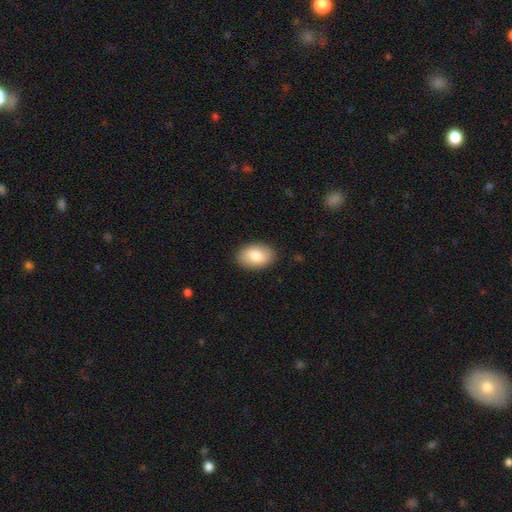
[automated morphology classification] smooth_or_featured: smooth (p=0.82) [alt: featured or disk p=0.12]
how_rounded: in between (p=0.89) [alt: round p=0.10]
merging: none (p=0.88) [alt: minor disturbance p=0.09]